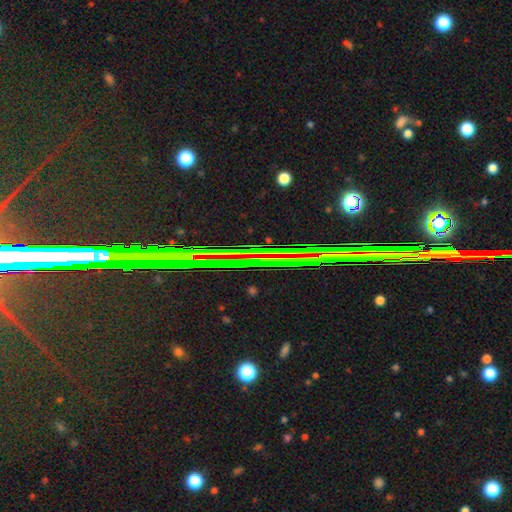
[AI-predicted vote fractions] smooth_or_featured: star or artifact (p=0.79) [alt: featured or disk p=0.12]